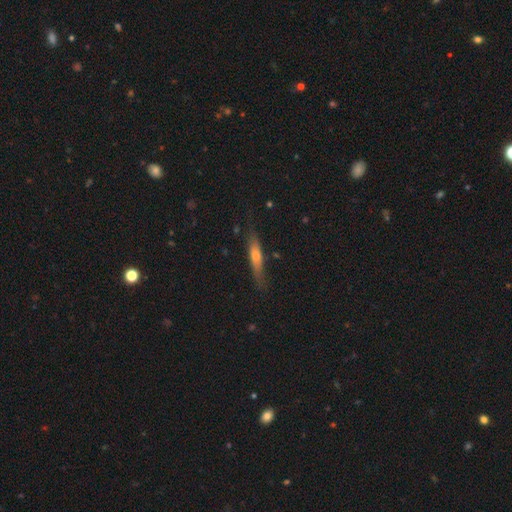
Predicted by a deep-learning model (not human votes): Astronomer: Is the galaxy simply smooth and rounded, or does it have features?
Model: featured or disk — 49% (runner-up: smooth, 44%).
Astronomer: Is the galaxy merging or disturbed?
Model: none — 77%.